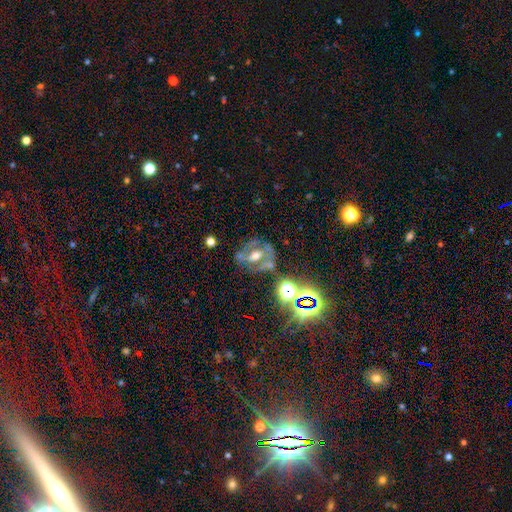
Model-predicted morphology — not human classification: smooth-or-featured: featured or disk: 60% | star or artifact: 23% | smooth: 17%
  disk-edge-on: no: 94% | yes: 6%
    bar: no: 39% | weak: 33% | strong: 28%
    has-spiral-arms: yes: 54% | no: 46%
    bulge-size: moderate: 65% | small: 19% | large: 11% | none: 3% | dominant: 2%
  merging: none: 58% | minor disturbance: 18% | major disturbance: 15% | merger: 9%